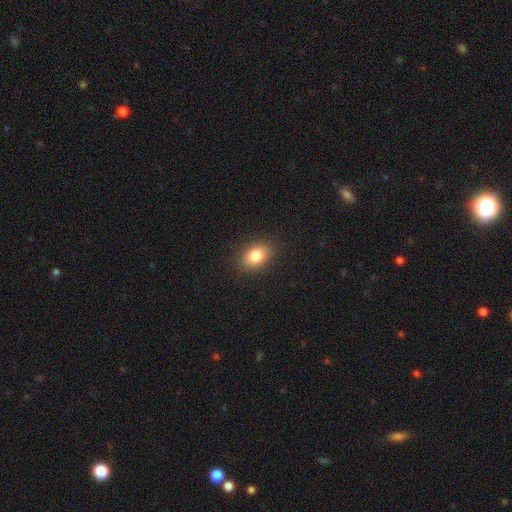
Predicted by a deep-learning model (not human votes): The model was most divided on "how rounded": in between: 77%, round: 22%, cigar-shaped: 1%. More confident: merging — none (88%); smooth or featured — smooth (83%).